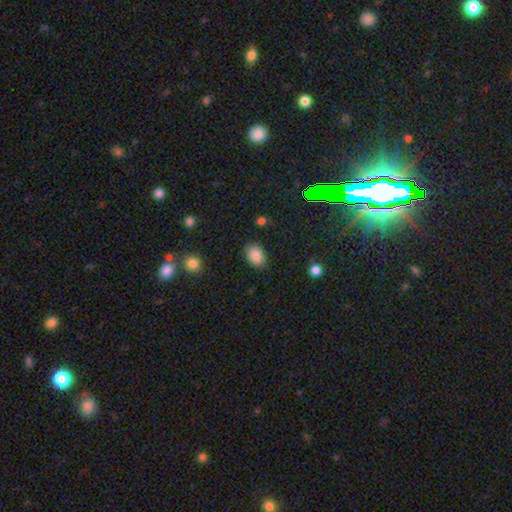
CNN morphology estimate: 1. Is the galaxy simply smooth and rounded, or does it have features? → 88% smooth, 8% star or artifact, 4% featured or disk.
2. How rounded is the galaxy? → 83% in between, 16% round, 1% cigar-shaped.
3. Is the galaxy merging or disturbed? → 86% none, 10% minor disturbance, 3% major disturbance, 1% merger.